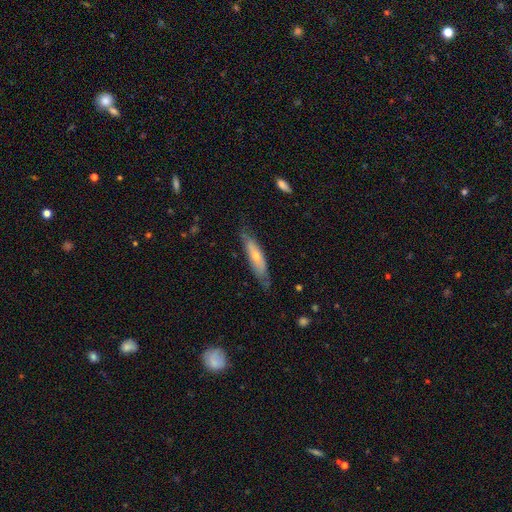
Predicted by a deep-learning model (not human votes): Q: Smooth or featured?
A: smooth (48%); runner-up: featured or disk (46%)
Q: Merging?
A: none (74%); runner-up: minor disturbance (21%)